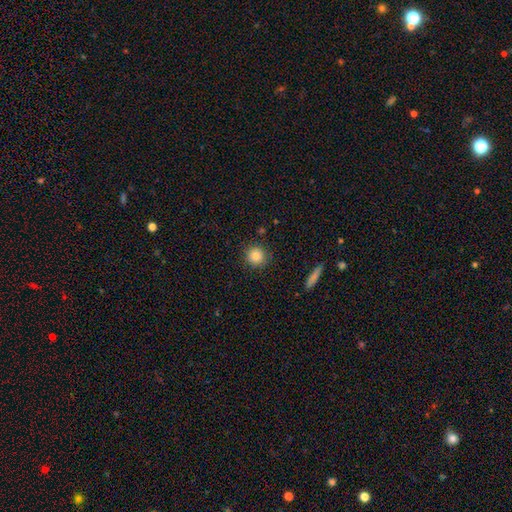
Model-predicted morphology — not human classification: This appears to be a smooth galaxy with no disk features (85%) that is round (92%). Merging: none (88%).